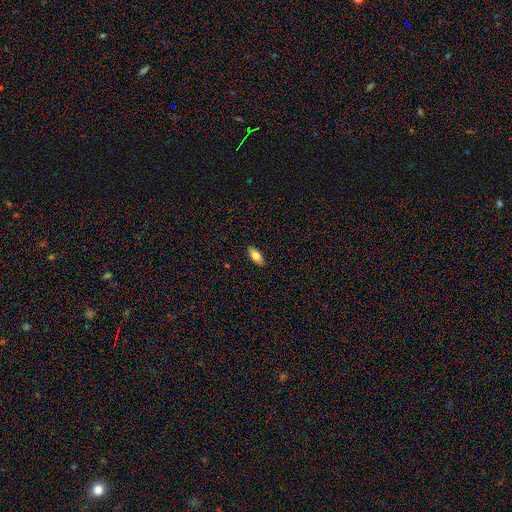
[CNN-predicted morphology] A smooth galaxy with no disk features (83%) that is in between round and cigar-shaped (90%). Merging: none (88%).